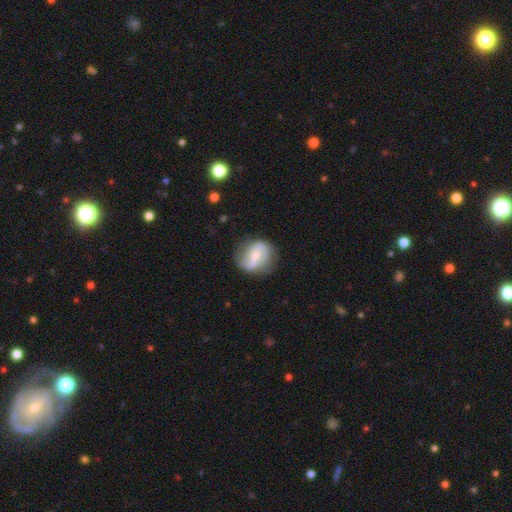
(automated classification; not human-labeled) A featured or disk galaxy (67%) with a weak bar (45%), 2 (84%) loose (41%) spiral arms (85%) and a small central bulge (47%). Merging: none (73%).